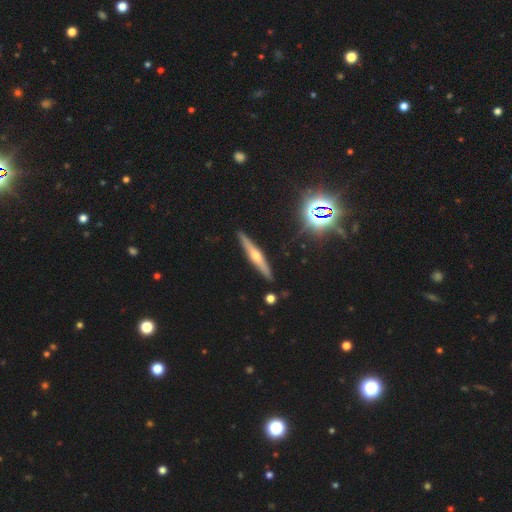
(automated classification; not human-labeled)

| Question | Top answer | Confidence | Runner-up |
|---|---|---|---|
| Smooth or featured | featured or disk | 64% | smooth (26%) |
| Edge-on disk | yes | 96% | no (4%) |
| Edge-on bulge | rounded | 88% | none (7%) |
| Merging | none | 90% | minor disturbance (7%) |